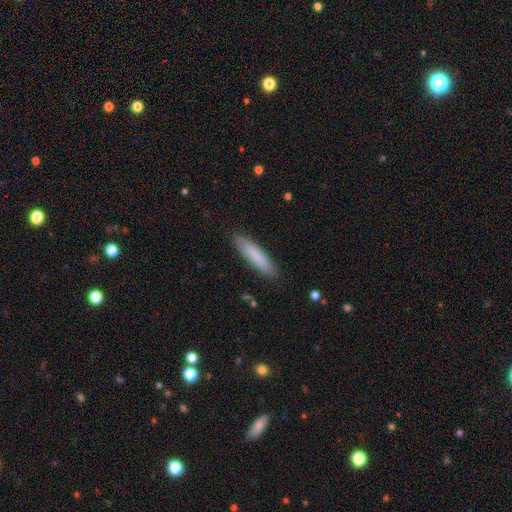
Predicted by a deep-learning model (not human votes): smooth-or-featured: smooth: 83% | featured or disk: 12% | star or artifact: 6%
  how-rounded: cigar-shaped: 75% | in between: 24% | round: 1%
  merging: none: 88% | minor disturbance: 9% | major disturbance: 2% | merger: 1%